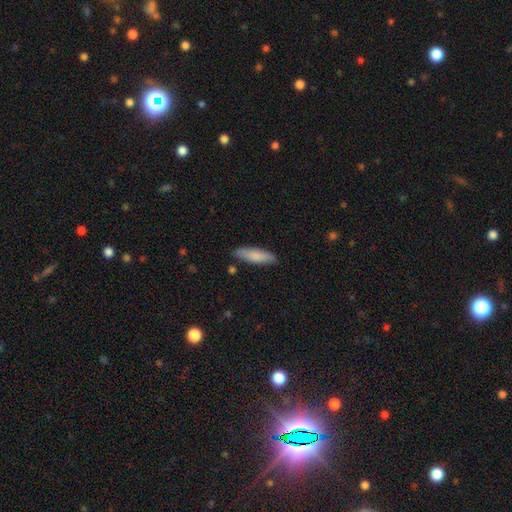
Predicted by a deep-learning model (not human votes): Smooth or featured: smooth — 83% (featured or disk — 11%)
How rounded: cigar-shaped — 62% (in between — 37%)
Merging: none — 86% (minor disturbance — 10%)